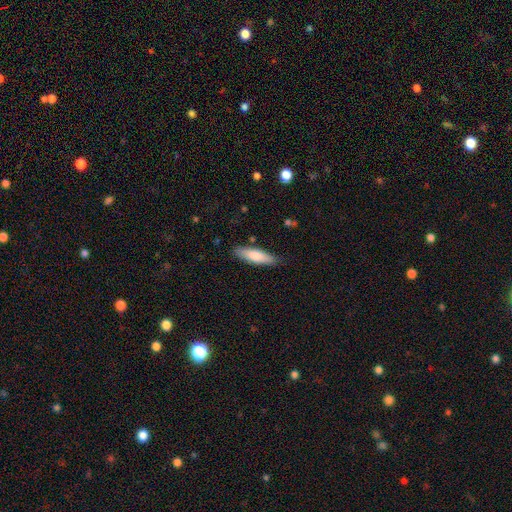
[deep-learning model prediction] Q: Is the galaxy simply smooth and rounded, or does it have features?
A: smooth — 79%.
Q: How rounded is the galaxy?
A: cigar-shaped — 58%.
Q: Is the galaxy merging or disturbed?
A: none — 84%.